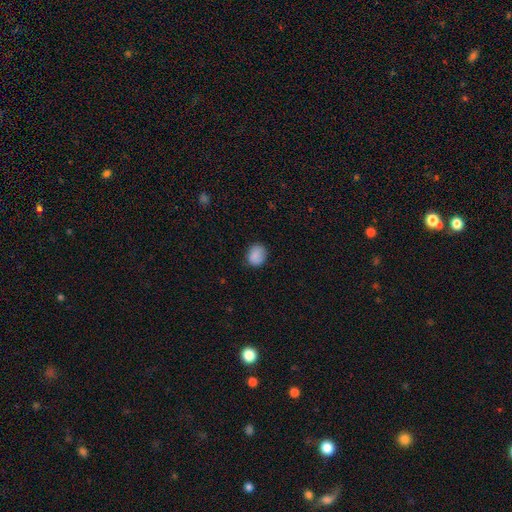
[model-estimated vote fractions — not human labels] A smooth galaxy with no disk features (88%) that is round (56%).

Vote fractions:
- Smooth or featured? smooth: 88% / star or artifact: 8% / featured or disk: 4%
- How rounded? round: 56% / in between: 43% / cigar-shaped: 1%
- Merging? none: 80% / minor disturbance: 15% / major disturbance: 3% / merger: 1%